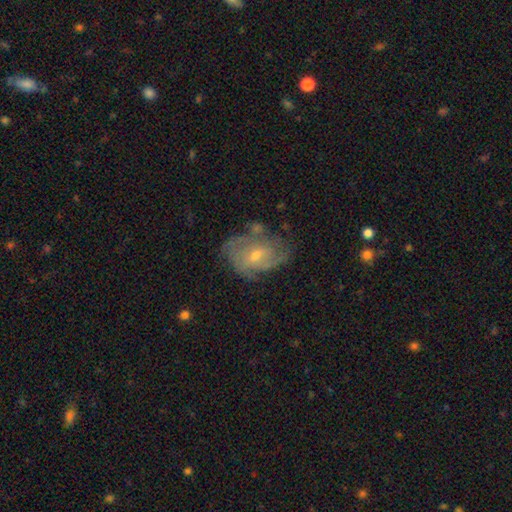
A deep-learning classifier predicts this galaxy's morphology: Smooth or featured?
  - featured or disk: 69% *
  - smooth: 24%
  - star or artifact: 7%
Edge-on disk?
  - no: 96% *
  - yes: 4%
Bar?
  - weak: 47% *
  - no: 45%
  - strong: 8%
Spiral arms?
  - yes: 78% *
  - no: 22%
Spiral winding?
  - medium: 41% *
  - tight: 40%
  - loose: 19%
Spiral arm count?
  - can't tell: 43% *
  - 2: 25%
  - 3: 16%
  - 4: 6%
  - 1: 6%
  - more than 4: 4%
Bulge size?
  - small: 55% *
  - moderate: 40%
  - none: 2%
  - large: 2%
  - dominant: 1%
Merging?
  - none: 50% *
  - minor disturbance: 27%
  - major disturbance: 17%
  - merger: 5%